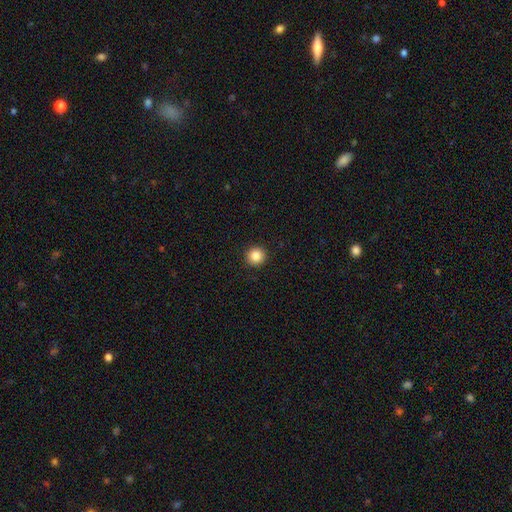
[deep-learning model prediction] smooth-or-featured: smooth: 85% | star or artifact: 10% | featured or disk: 5%
  how-rounded: round: 95% | in between: 4% | cigar-shaped: 1%
  merging: none: 93% | minor disturbance: 4% | major disturbance: 2% | merger: 1%